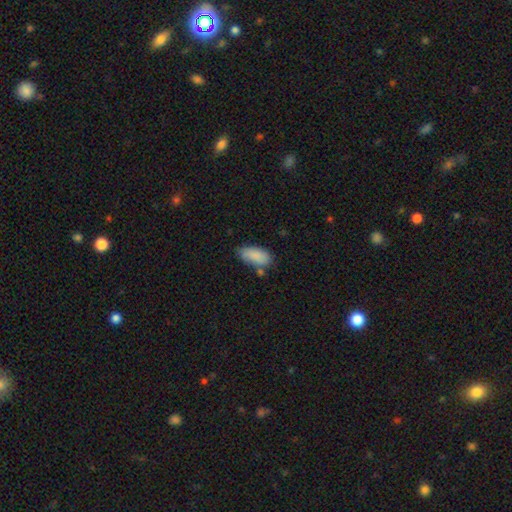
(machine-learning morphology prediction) Smooth or featured? Predicted: smooth (p=0.86). How rounded? Predicted: in between (p=0.90). Merging? Predicted: none (p=0.60).